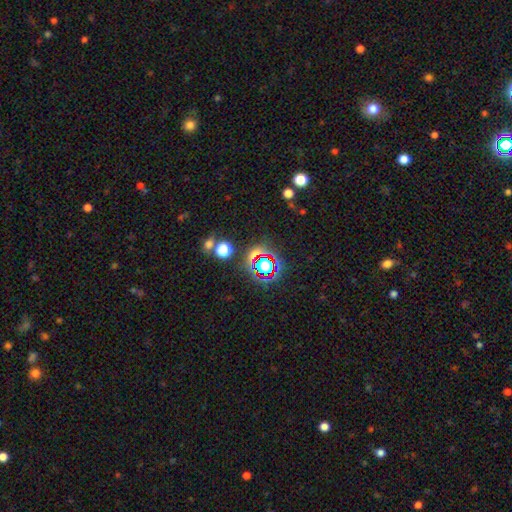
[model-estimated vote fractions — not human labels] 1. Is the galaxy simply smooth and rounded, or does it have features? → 60% star or artifact, 29% smooth, 11% featured or disk.